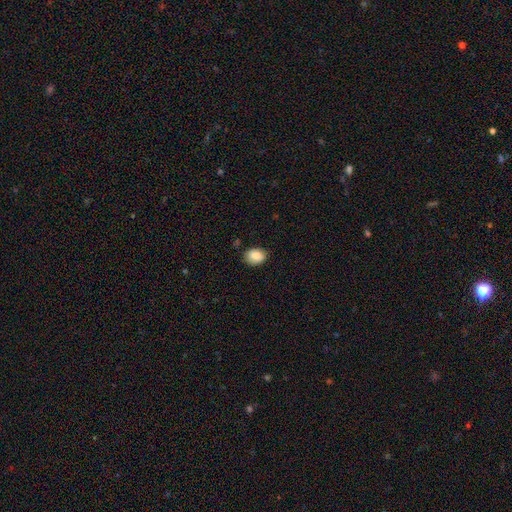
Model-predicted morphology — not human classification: smooth-or-featured: smooth: 87% | star or artifact: 8% | featured or disk: 5%
  how-rounded: in between: 67% | round: 32% | cigar-shaped: 1%
  merging: none: 81% | minor disturbance: 15% | major disturbance: 3% | merger: 1%